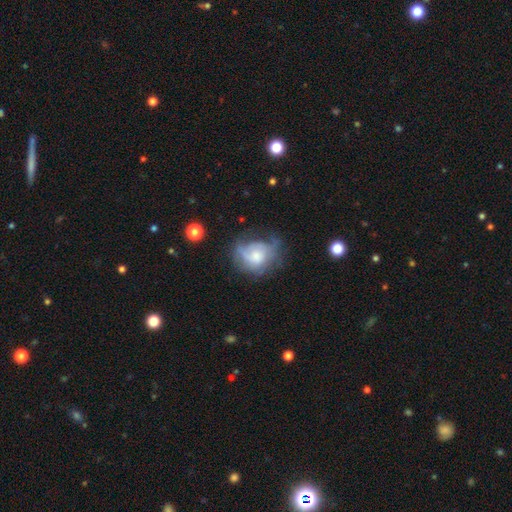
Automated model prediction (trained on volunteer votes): This is possibly a featured or disk galaxy (48%). Merging: marginally none (36%).